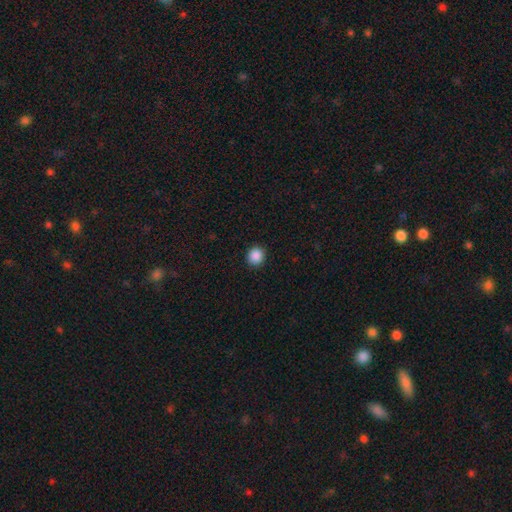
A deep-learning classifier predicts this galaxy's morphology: smooth 88%, star or artifact 10%, featured or disk 2%. Down the decision tree: how rounded — round (89%); merging — none (92%).